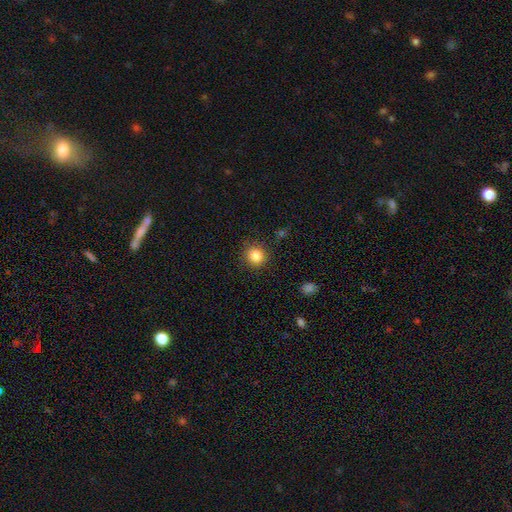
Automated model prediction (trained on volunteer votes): This is clearly a smooth galaxy (84%). How rounded: clearly round (90%). Merging: clearly none (88%).